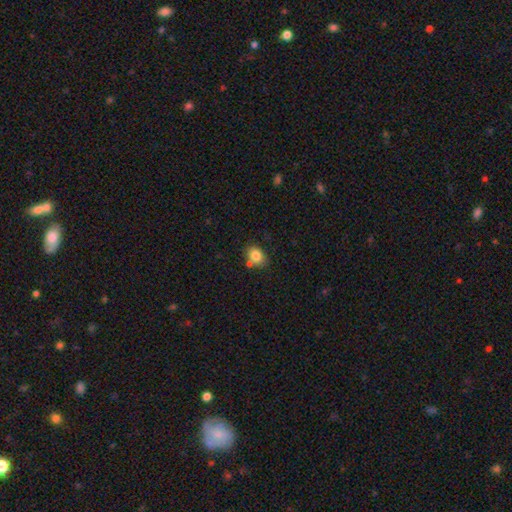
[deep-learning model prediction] Smooth or featured? Predicted: smooth (p=0.83). How rounded? Predicted: in between (p=0.59). Merging? Predicted: none (p=0.70).